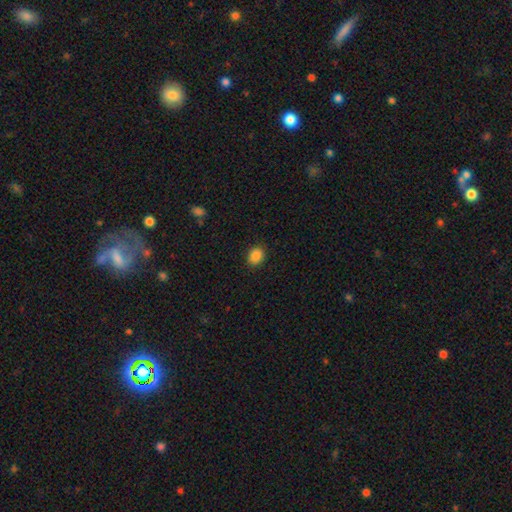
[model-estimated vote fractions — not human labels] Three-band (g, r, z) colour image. It shows a smooth galaxy with no disk features (87%) that is round (52%). Merging: none (90%).